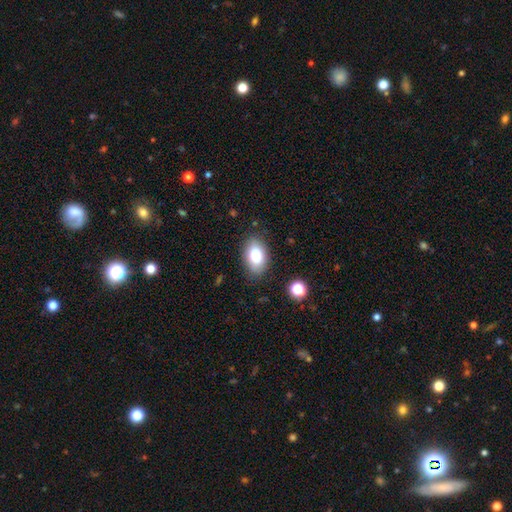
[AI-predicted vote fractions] Smooth or featured: smooth — 81% (featured or disk — 11%)
How rounded: in between — 90% (round — 9%)
Merging: none — 83% (minor disturbance — 12%)